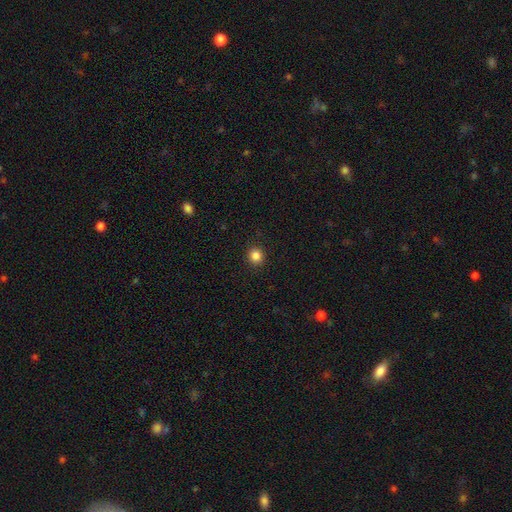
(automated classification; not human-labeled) Overall: smooth (85%). How rounded: round (88%). Merging: none (92%).